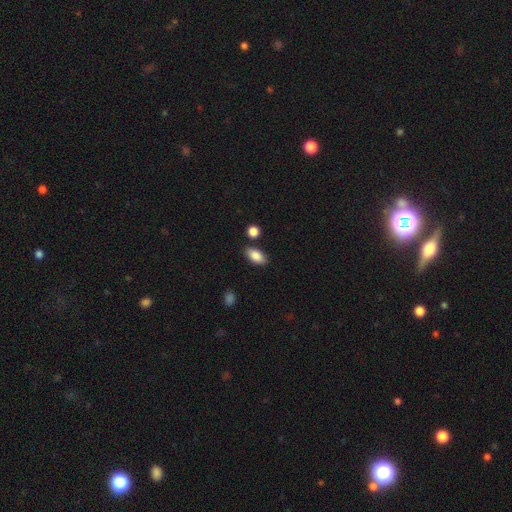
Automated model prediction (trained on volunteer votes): Smooth or featured?
  - smooth: 86% *
  - star or artifact: 7%
  - featured or disk: 7%
How rounded?
  - in between: 91% *
  - round: 5%
  - cigar-shaped: 4%
Merging?
  - none: 82% *
  - minor disturbance: 11%
  - merger: 5%
  - major disturbance: 3%